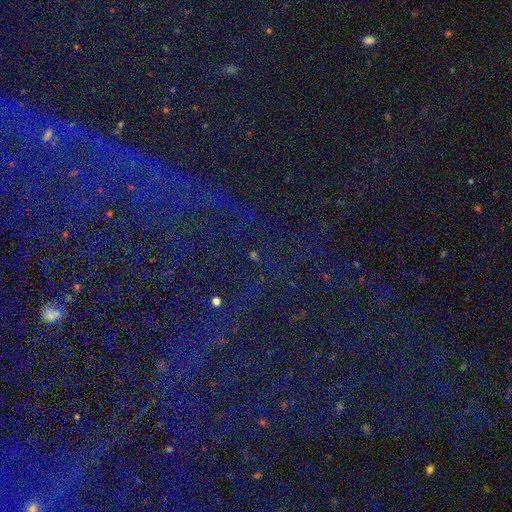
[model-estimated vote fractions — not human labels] Morphology: type=star or artifact (86%).